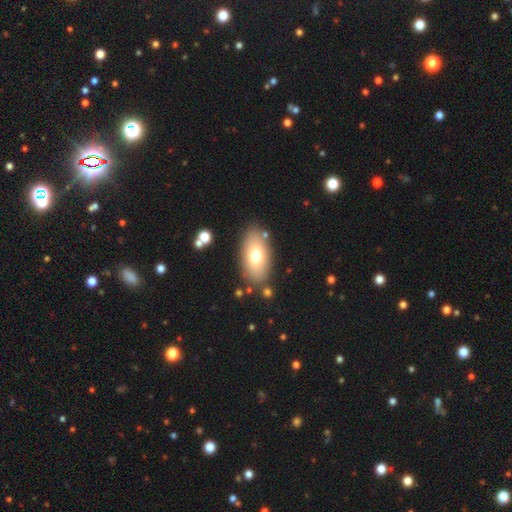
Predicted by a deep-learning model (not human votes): A smooth galaxy with no disk features (71%) that is in between round and cigar-shaped (91%).

Vote fractions:
- Smooth or featured? smooth: 71% / featured or disk: 20% / star or artifact: 8%
- How rounded? in between: 91% / round: 6% / cigar-shaped: 3%
- Merging? none: 82% / minor disturbance: 10% / merger: 4% / major disturbance: 4%